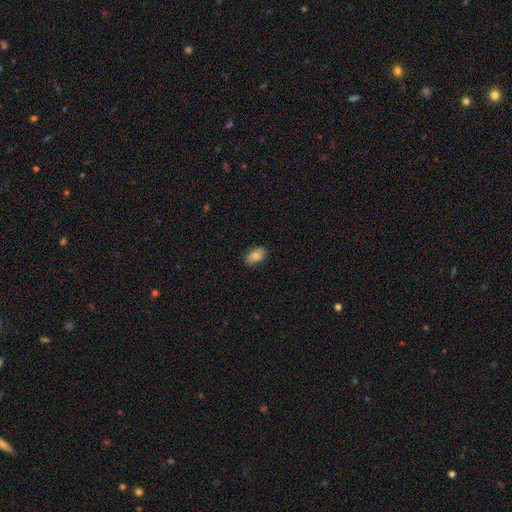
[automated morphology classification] Smooth or featured?
  - smooth: 79% *
  - featured or disk: 13%
  - star or artifact: 8%
How rounded?
  - in between: 91% *
  - round: 7%
  - cigar-shaped: 2%
Merging?
  - none: 85% *
  - minor disturbance: 12%
  - major disturbance: 2%
  - merger: 1%